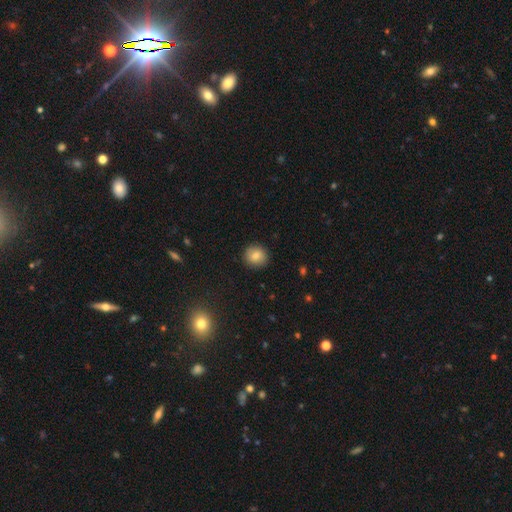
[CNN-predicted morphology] This appears to be a smooth galaxy with no disk features (81%) that is round (87%). Merging: none (90%).